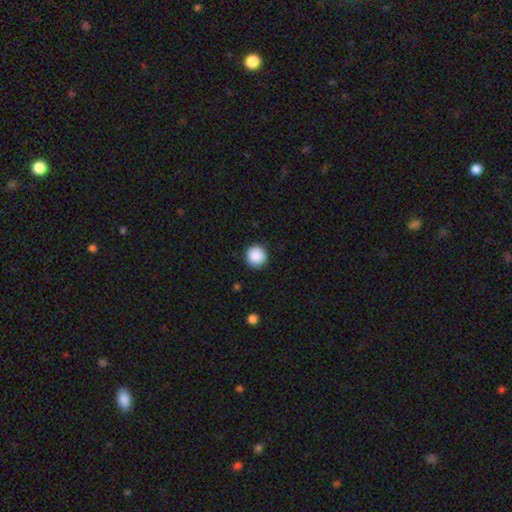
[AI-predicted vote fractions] This is clearly a smooth galaxy (89%). How rounded: clearly round (96%). Merging: clearly none (92%).